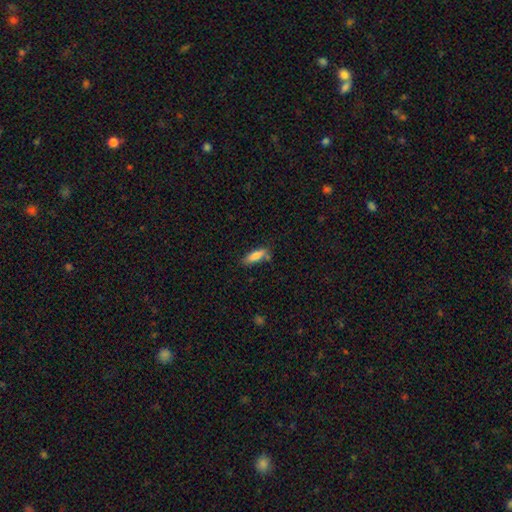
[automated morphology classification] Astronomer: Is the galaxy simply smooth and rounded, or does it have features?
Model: smooth — 79%.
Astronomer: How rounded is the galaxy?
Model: in between — 50% (runner-up: cigar-shaped, 48%).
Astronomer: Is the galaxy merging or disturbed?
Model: none — 74%.